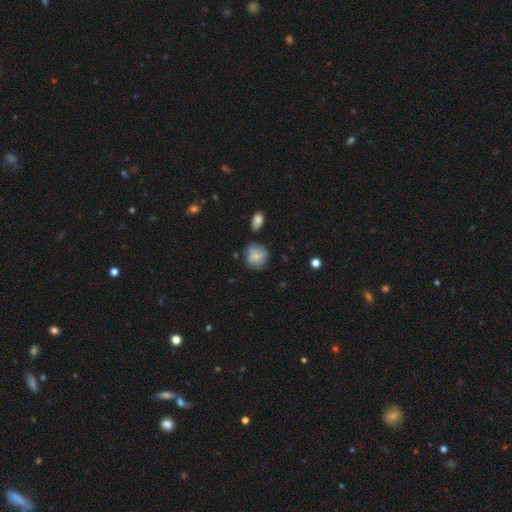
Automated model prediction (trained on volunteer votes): The model was most divided on "smooth or featured": smooth: 57%, featured or disk: 35%, star or artifact: 8%. More confident: how rounded — round (77%); merging — none (61%).